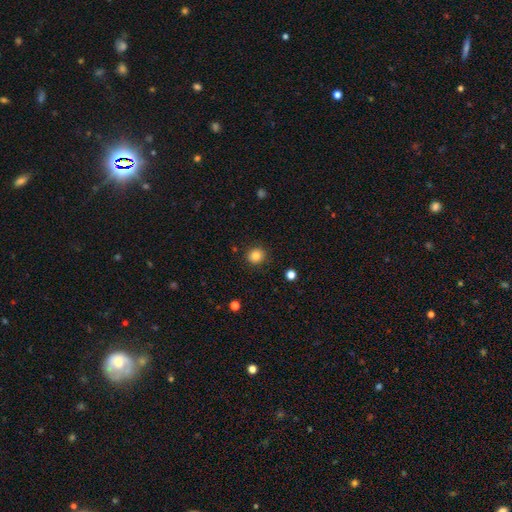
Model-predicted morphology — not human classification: The model was most divided on "how rounded": round: 86%, in between: 13%, cigar-shaped: 1%. More confident: merging — none (89%); smooth or featured — smooth (85%).